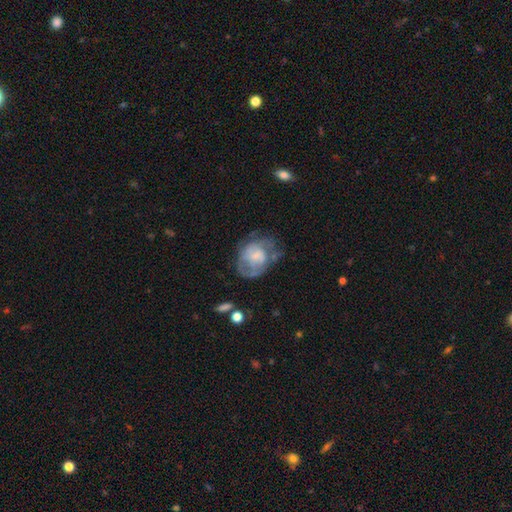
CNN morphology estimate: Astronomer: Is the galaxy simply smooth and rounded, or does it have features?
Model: featured or disk — 51% (runner-up: smooth, 41%).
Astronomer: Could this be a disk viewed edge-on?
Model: no — 97%.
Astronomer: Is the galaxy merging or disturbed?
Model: none — 42% (runner-up: major disturbance, 28%).